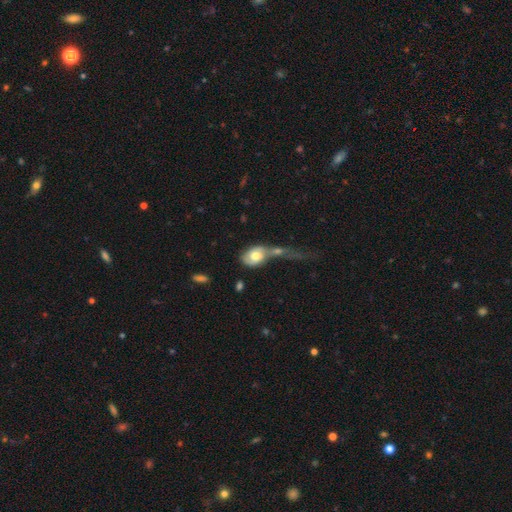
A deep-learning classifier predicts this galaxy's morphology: A smooth galaxy with no disk features (56%) that is in between round and cigar-shaped (62%). Merging: merger (48%).